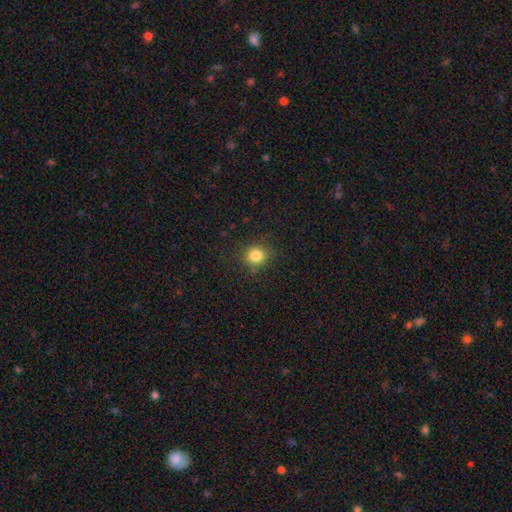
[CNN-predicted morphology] This appears to be a smooth galaxy with no disk features (82%) that is round (86%). Merging: none (85%).